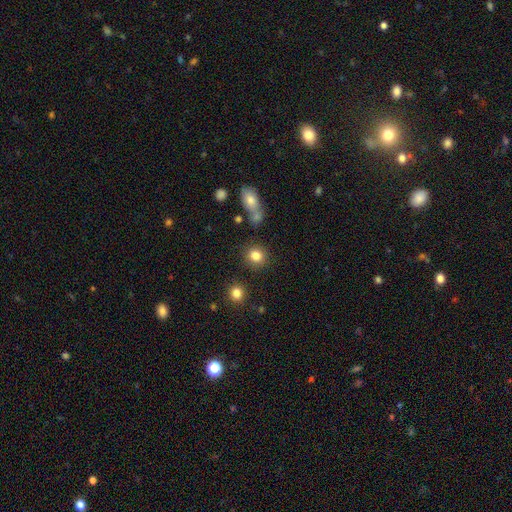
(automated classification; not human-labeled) This is clearly a smooth galaxy (83%). How rounded: clearly round (86%). Merging: clearly none (85%).